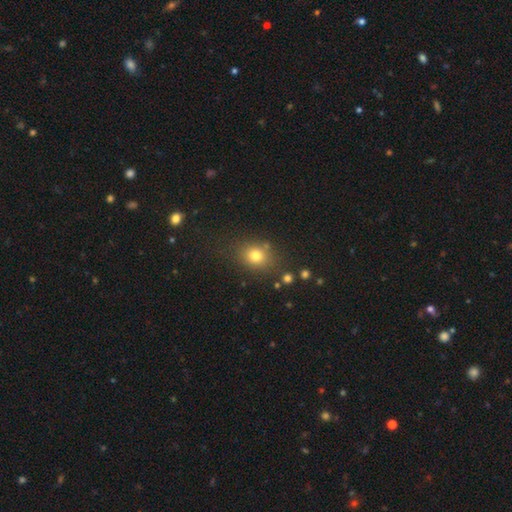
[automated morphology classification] Smooth or featured?
  - smooth: 78% *
  - star or artifact: 14%
  - featured or disk: 9%
How rounded?
  - round: 60% *
  - in between: 39%
  - cigar-shaped: 1%
Merging?
  - none: 77% *
  - minor disturbance: 13%
  - major disturbance: 5%
  - merger: 5%